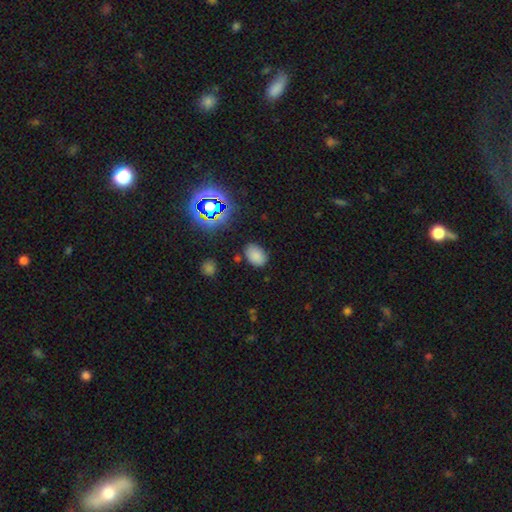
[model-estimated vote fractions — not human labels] Smooth or featured? Predicted: smooth (p=0.77). How rounded? Predicted: in between (p=0.79). Merging? Predicted: none (p=0.79).